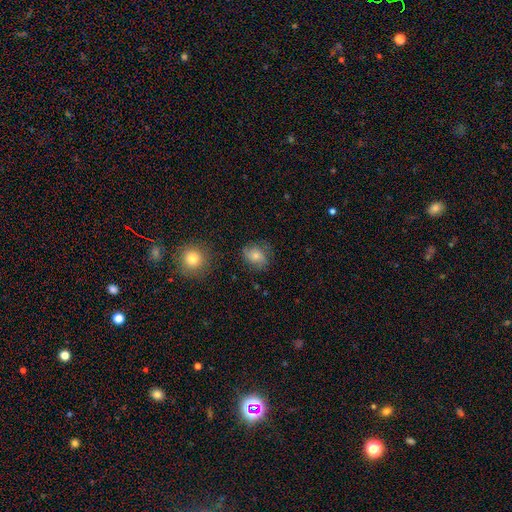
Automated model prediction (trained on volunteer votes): Morphology: type=smooth (59%); roundness=round (55%); merging=none (68%).